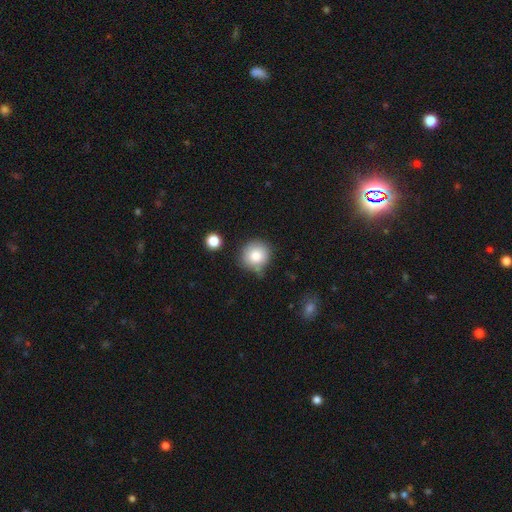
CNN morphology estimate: type=smooth (83%); roundness=round (91%); merging=none (70%).